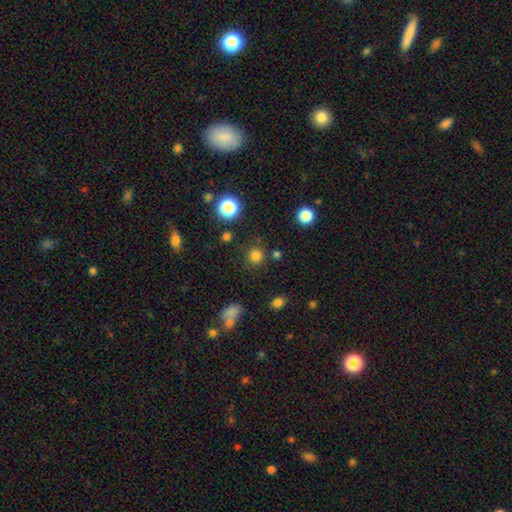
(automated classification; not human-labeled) This appears to be a smooth galaxy with no disk features (78%) that is round (93%). Merging: none (84%).